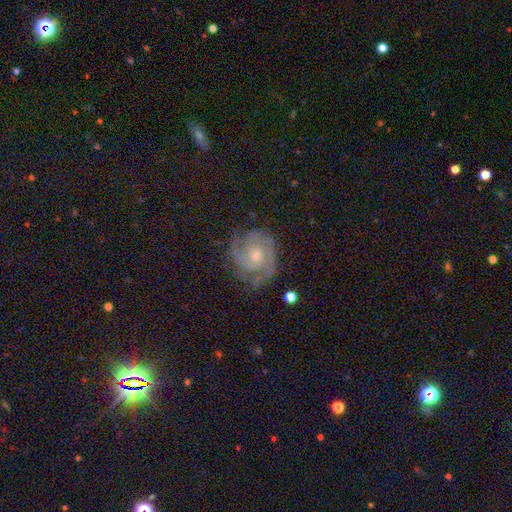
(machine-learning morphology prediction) Smooth or featured? featured or disk (84%)
Edge-on disk? no (98%)
Bar? no (69%)
Spiral arms? yes (96%)
Spiral winding? tight (58%)
Spiral arm count? 2 (58%)
Bulge size? moderate (53%)
Merging? none (72%)